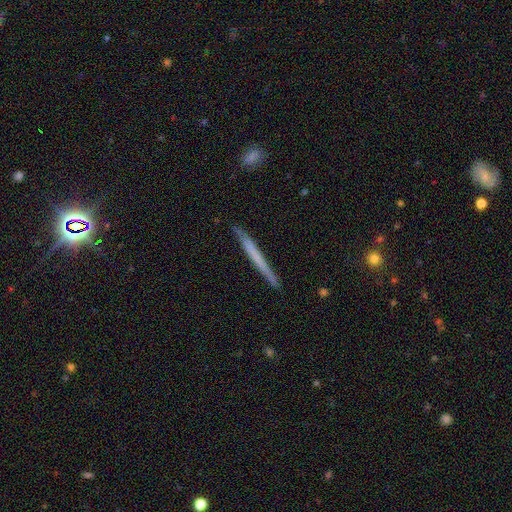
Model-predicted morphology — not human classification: This appears to be a smooth galaxy with no disk features (50%) that is cigar-shaped (97%). Merging: none (89%).